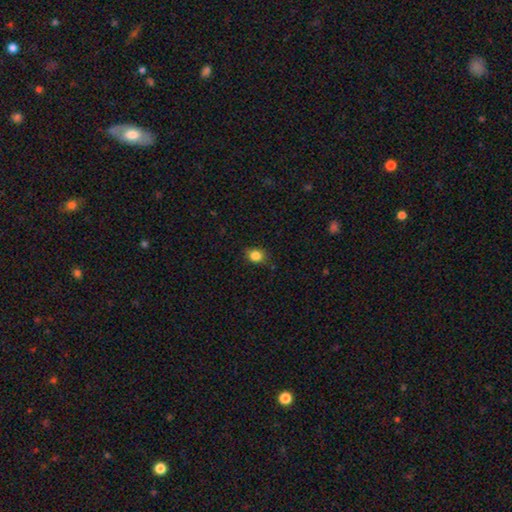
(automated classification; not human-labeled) This is clearly a smooth galaxy (85%). How rounded: possibly round (53%). Merging: clearly none (82%).